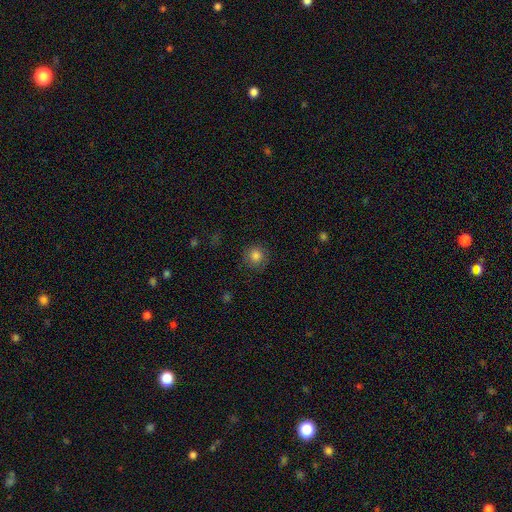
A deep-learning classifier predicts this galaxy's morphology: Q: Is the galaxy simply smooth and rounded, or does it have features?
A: smooth — 82%.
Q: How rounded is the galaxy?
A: round — 93%.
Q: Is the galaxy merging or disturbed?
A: none — 85%.